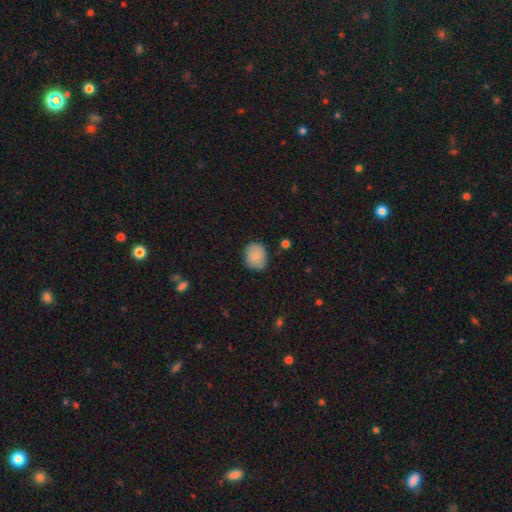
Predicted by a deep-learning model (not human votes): Smooth or featured: smooth — 84% (featured or disk — 8%)
How rounded: round — 66% (in between — 33%)
Merging: none — 80% (minor disturbance — 16%)